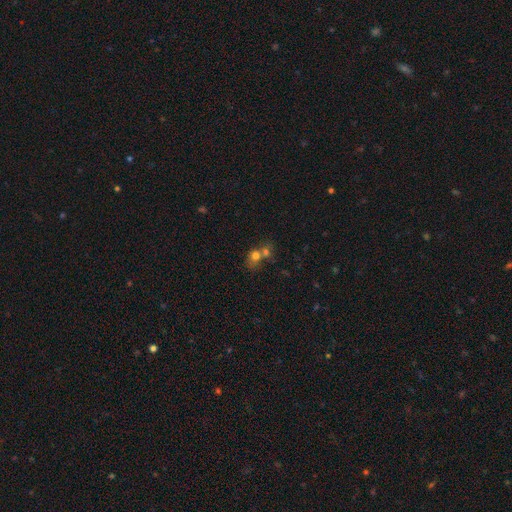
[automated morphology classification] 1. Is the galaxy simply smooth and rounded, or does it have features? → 70% smooth, 16% featured or disk, 14% star or artifact.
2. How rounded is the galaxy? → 66% round, 33% in between, 1% cigar-shaped.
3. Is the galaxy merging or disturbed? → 62% merger, 27% none, 7% minor disturbance, 4% major disturbance.